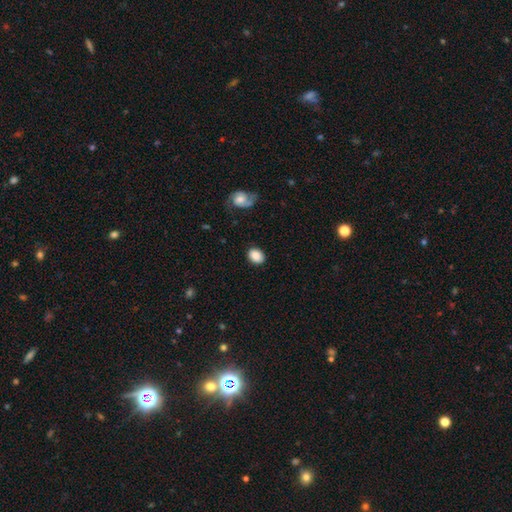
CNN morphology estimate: type=smooth (86%); roundness=in between (63%); merging=none (85%).